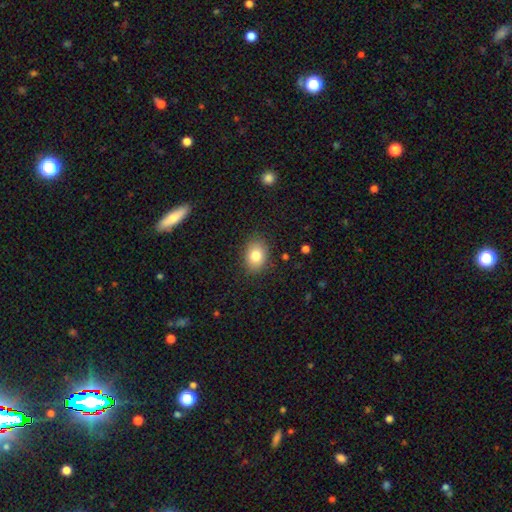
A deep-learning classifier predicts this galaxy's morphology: This appears to be a smooth galaxy with no disk features (82%) that is in between round and cigar-shaped (71%). Merging: none (86%).